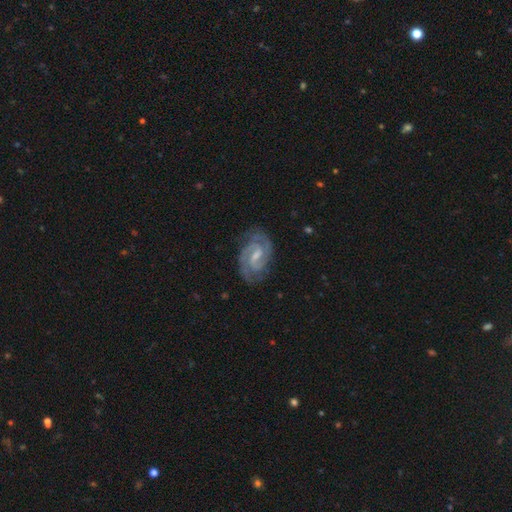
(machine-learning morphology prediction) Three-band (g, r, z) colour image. It shows a featured or disk galaxy (91%) with a weak bar (59%), 2 (83%) tight (48%) spiral arms (98%) and a small central bulge (50%). Merging: none (80%).